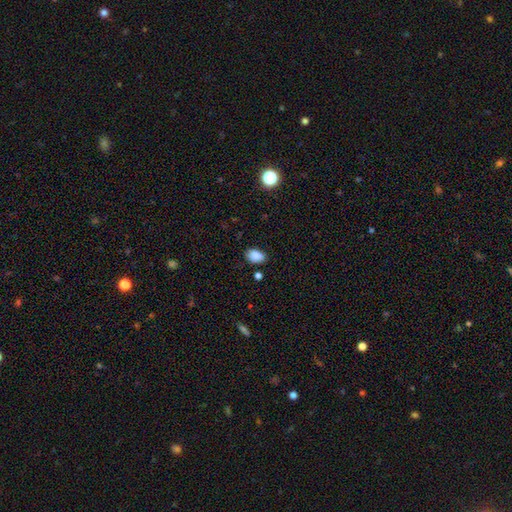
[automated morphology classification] A smooth galaxy with no disk features (87%) that is in between round and cigar-shaped (85%).

Vote fractions:
- Smooth or featured? smooth: 87% / star or artifact: 9% / featured or disk: 4%
- How rounded? in between: 85% / round: 13% / cigar-shaped: 1%
- Merging? none: 78% / minor disturbance: 16% / major disturbance: 3% / merger: 3%